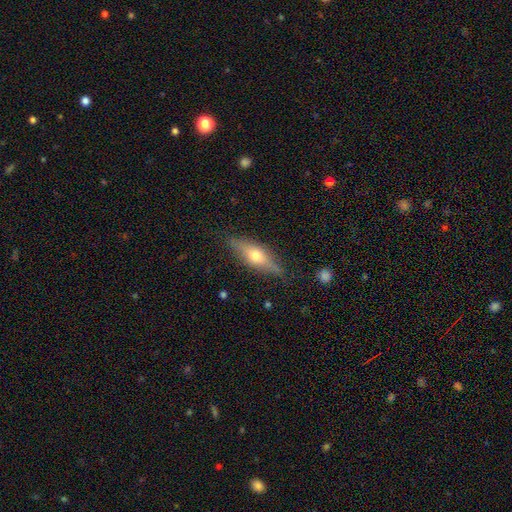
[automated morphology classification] Smooth or featured: smooth — 49% (featured or disk — 45%)
Merging: none — 82% (minor disturbance — 14%)